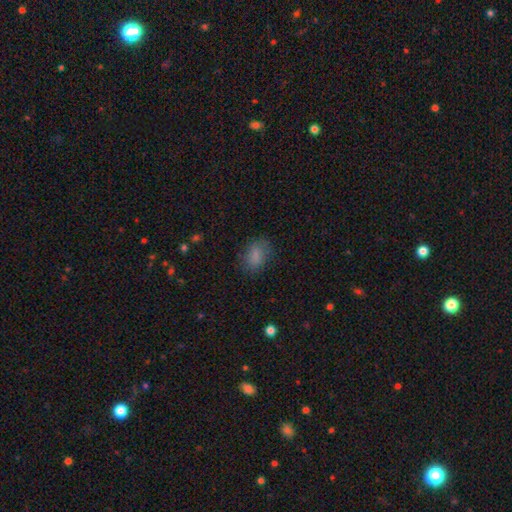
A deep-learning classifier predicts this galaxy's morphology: A smooth galaxy with no disk features (83%) that is in between round and cigar-shaped (75%).

Vote fractions:
- Smooth or featured? smooth: 83% / star or artifact: 10% / featured or disk: 7%
- How rounded? in between: 75% / round: 23% / cigar-shaped: 2%
- Merging? none: 78% / minor disturbance: 16% / major disturbance: 5% / merger: 1%